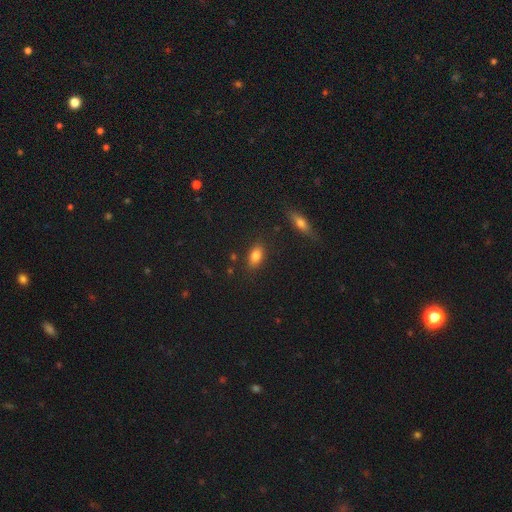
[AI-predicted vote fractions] A smooth galaxy with no disk features (82%) that is in between round and cigar-shaped (86%). Merging: none (83%).